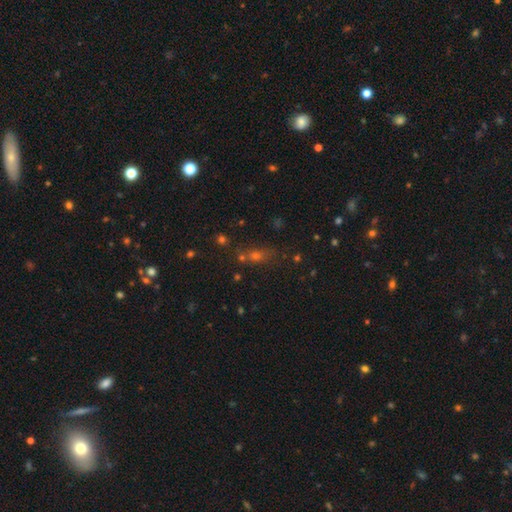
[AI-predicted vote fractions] A smooth galaxy with no disk features (48%).

Vote fractions:
- Smooth or featured? smooth: 48% / star or artifact: 37% / featured or disk: 15%
- Merging? none: 61% / merger: 17% / minor disturbance: 14% / major disturbance: 7%